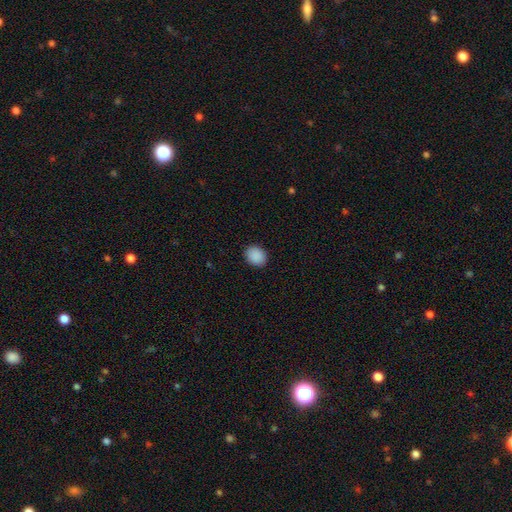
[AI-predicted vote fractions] smooth_or_featured: smooth (p=0.90) [alt: star or artifact p=0.08]
how_rounded: round (p=0.56) [alt: in between p=0.43]
merging: none (p=0.90) [alt: minor disturbance p=0.07]